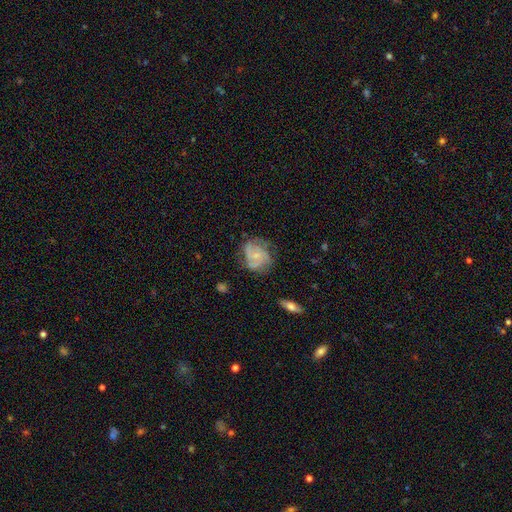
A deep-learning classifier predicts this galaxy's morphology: Overall: featured or disk (70%). Edge-on disk: no (98%). Bar: no (76%). Spiral arms: yes (90%). Spiral arm count: 3 (35%; 2 26%). Spiral winding: tight (42%, tied with medium). Bulge size: small (70%). Merging: none (60%; minor disturbance 26%).